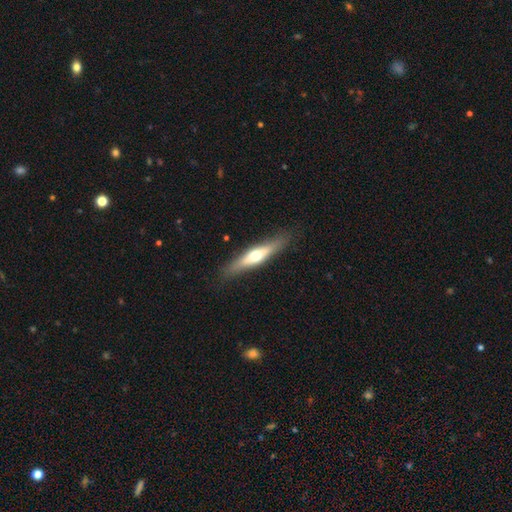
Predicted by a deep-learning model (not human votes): Smooth or featured: featured or disk — 53% (smooth — 41%)
Edge-on disk: yes — 87% (no — 13%)
Merging: none — 85% (minor disturbance — 11%)